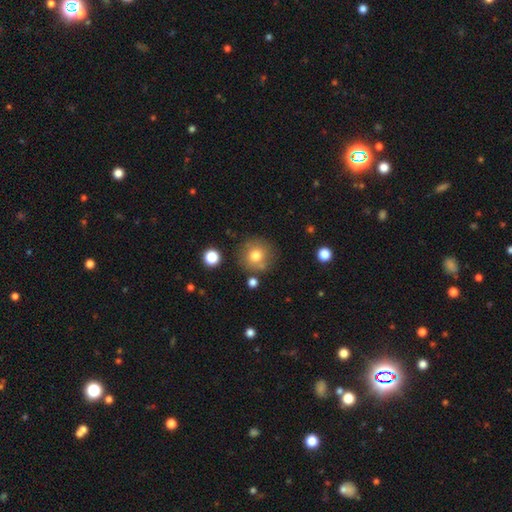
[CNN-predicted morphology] Smooth or featured?
  - smooth: 76% *
  - featured or disk: 13%
  - star or artifact: 12%
How rounded?
  - round: 93% *
  - in between: 6%
  - cigar-shaped: 1%
Merging?
  - none: 79% *
  - minor disturbance: 11%
  - merger: 6%
  - major disturbance: 4%